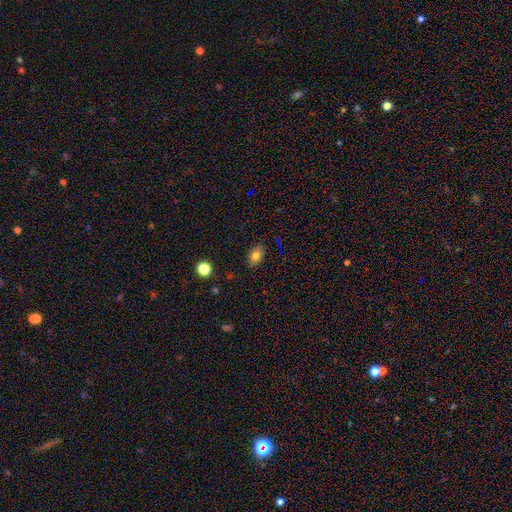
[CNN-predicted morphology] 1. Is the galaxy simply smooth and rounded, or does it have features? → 77% smooth, 12% star or artifact, 11% featured or disk.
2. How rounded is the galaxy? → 80% in between, 18% round, 2% cigar-shaped.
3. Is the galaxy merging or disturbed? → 85% none, 11% minor disturbance, 2% major disturbance, 1% merger.